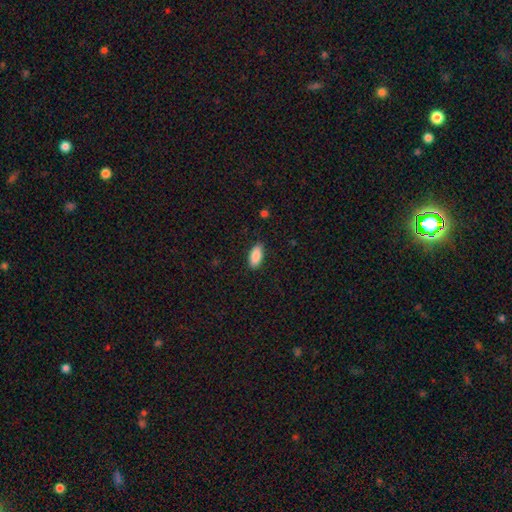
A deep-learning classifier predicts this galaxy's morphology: The model was most divided on "merging": none: 87%, minor disturbance: 10%, major disturbance: 2%, merger: 1%. More confident: smooth or featured — smooth (89%); how rounded — in between (89%).